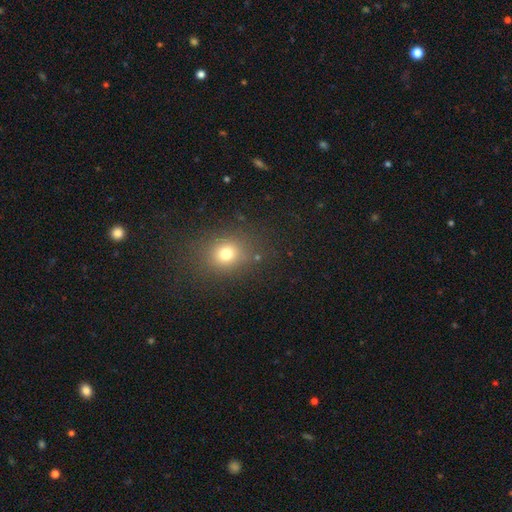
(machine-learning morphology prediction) Smooth or featured? Predicted: smooth (p=0.67). How rounded? Predicted: round (p=0.63). Merging? Predicted: none (p=0.84).